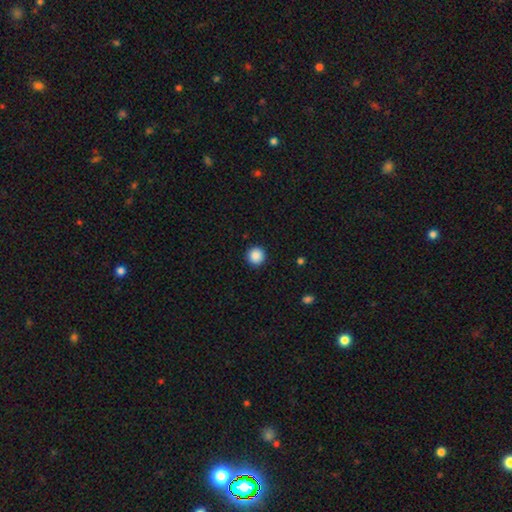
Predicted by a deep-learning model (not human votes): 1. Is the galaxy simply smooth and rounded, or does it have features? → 89% smooth, 9% star or artifact, 2% featured or disk.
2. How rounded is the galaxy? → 96% round, 3% in between, 1% cigar-shaped.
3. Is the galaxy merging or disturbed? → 93% none, 5% minor disturbance, 2% major disturbance, 1% merger.